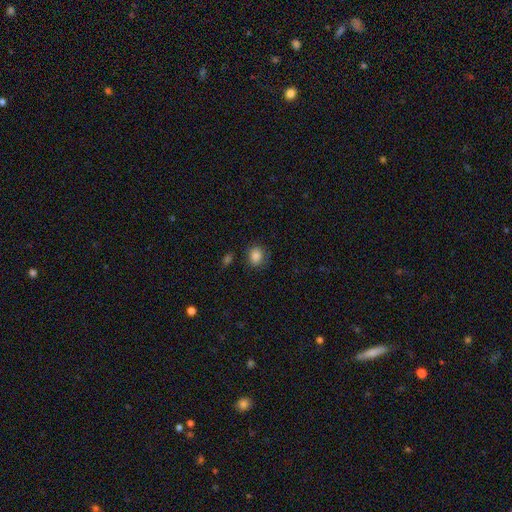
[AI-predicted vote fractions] Q: Smooth or featured?
A: smooth (86%); runner-up: star or artifact (10%)
Q: How rounded?
A: round (60%); runner-up: in between (39%)
Q: Merging?
A: none (78%); runner-up: minor disturbance (15%)